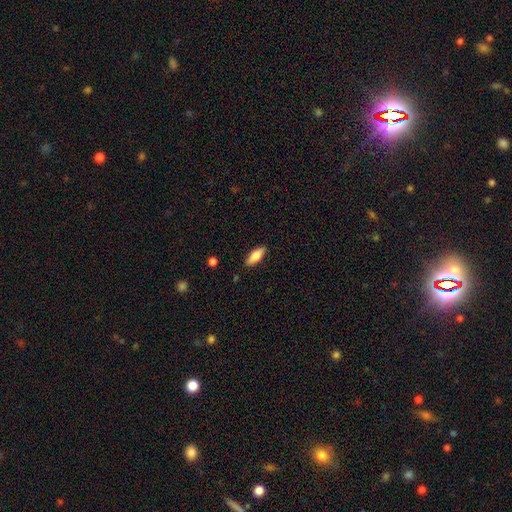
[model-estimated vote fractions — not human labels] Smooth or featured?
  - smooth: 77% *
  - featured or disk: 17%
  - star or artifact: 6%
How rounded?
  - in between: 70% *
  - cigar-shaped: 28%
  - round: 2%
Merging?
  - none: 87% *
  - minor disturbance: 10%
  - major disturbance: 2%
  - merger: 1%